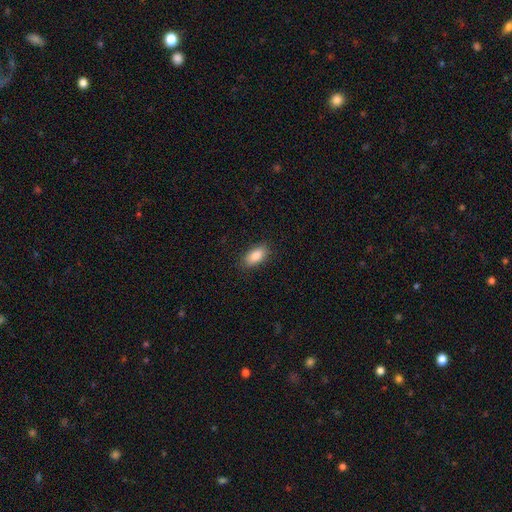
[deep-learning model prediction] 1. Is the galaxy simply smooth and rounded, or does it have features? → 88% smooth, 7% star or artifact, 5% featured or disk.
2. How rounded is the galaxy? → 90% in between, 6% cigar-shaped, 3% round.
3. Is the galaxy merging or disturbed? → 87% none, 9% minor disturbance, 3% major disturbance, 1% merger.